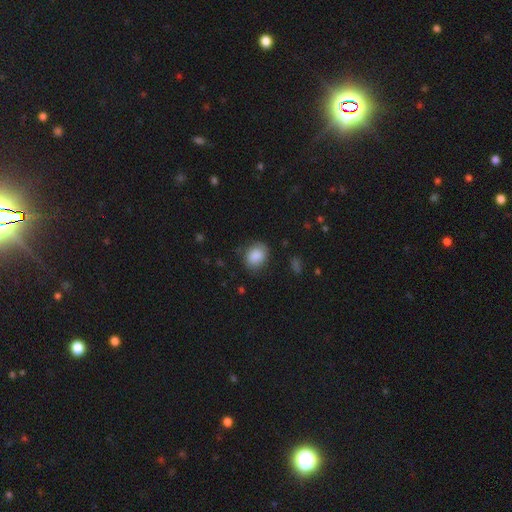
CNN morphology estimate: This appears to be a smooth galaxy with no disk features (86%) that is in between round and cigar-shaped (50%). Merging: none (74%).